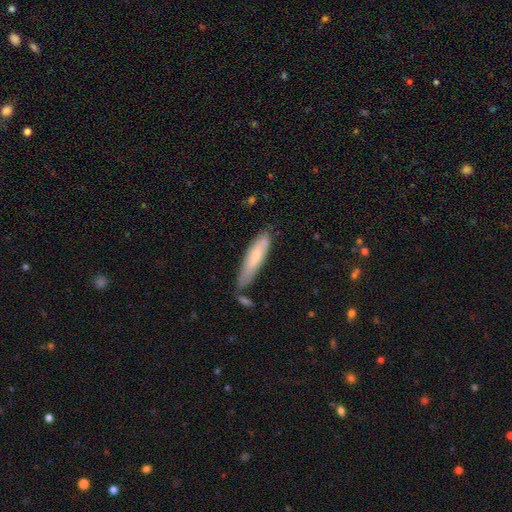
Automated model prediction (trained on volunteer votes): Overall: smooth (61%; featured or disk 34%). How rounded: cigar-shaped (76%). Merging: none (66%).